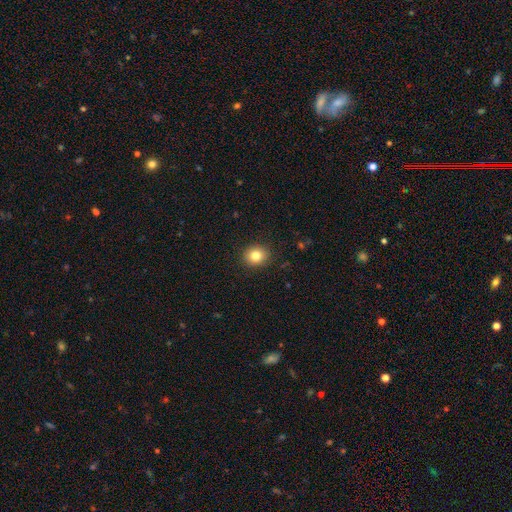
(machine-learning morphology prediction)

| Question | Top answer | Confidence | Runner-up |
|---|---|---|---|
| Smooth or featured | smooth | 81% | star or artifact (11%) |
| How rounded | round | 74% | in between (25%) |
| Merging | none | 90% | minor disturbance (7%) |